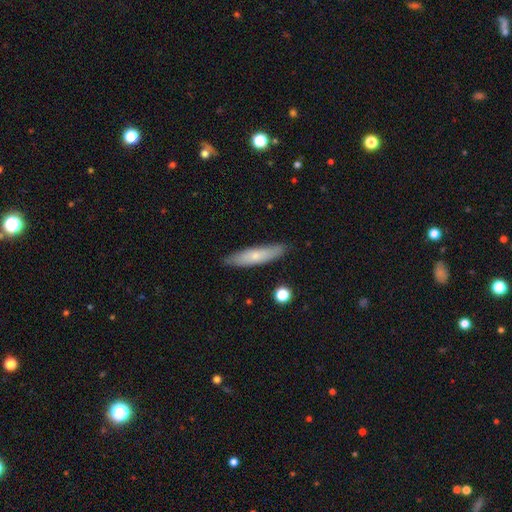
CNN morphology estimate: Smooth or featured? smooth (64%)
How rounded? cigar-shaped (79%)
Merging? none (86%)